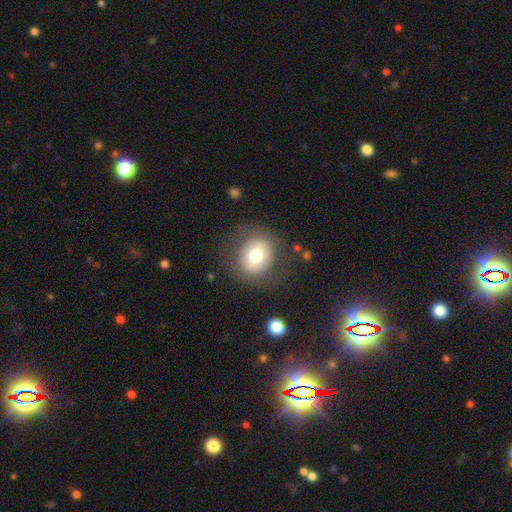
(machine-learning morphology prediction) Smooth or featured? Predicted: smooth (p=0.71). How rounded? Predicted: round (p=0.78). Merging? Predicted: none (p=0.78).